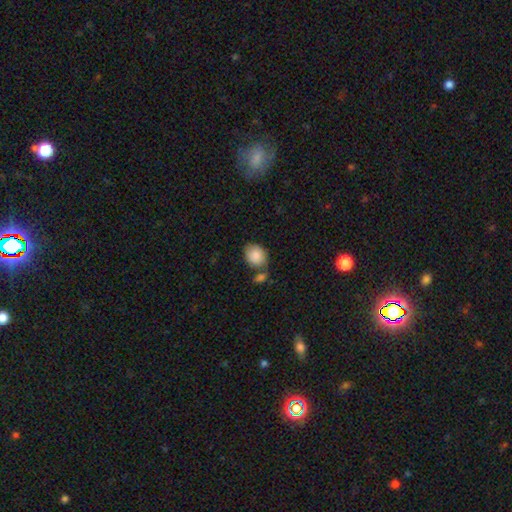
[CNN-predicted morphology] Smooth or featured: smooth — 87% (star or artifact — 7%)
How rounded: in between — 50% (round — 49%)
Merging: none — 53% (merger — 23%)